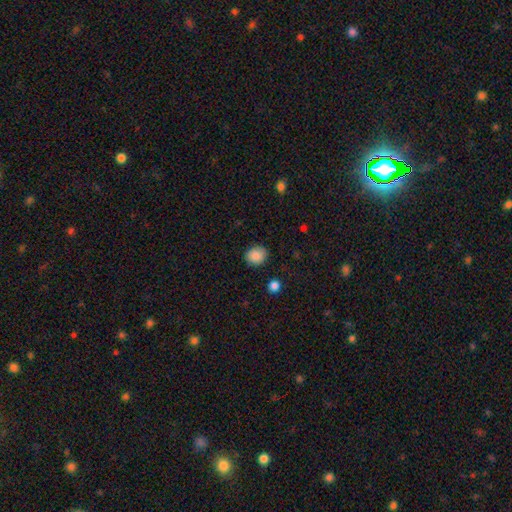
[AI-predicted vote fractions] Morphology: type=smooth (88%); roundness=round (66%); merging=none (86%).